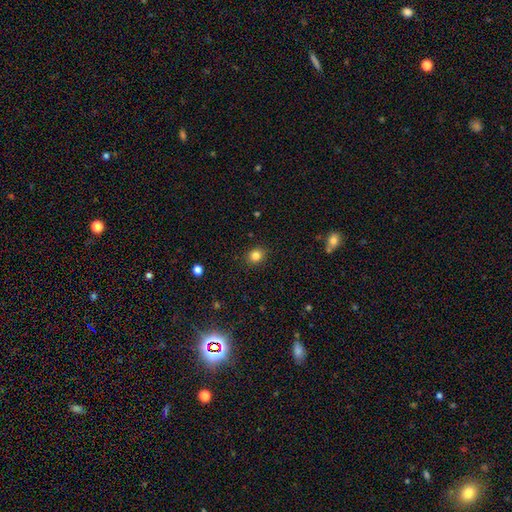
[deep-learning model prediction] Smooth or featured: smooth — 82% (star or artifact — 12%)
How rounded: round — 73% (in between — 26%)
Merging: none — 89% (minor disturbance — 8%)